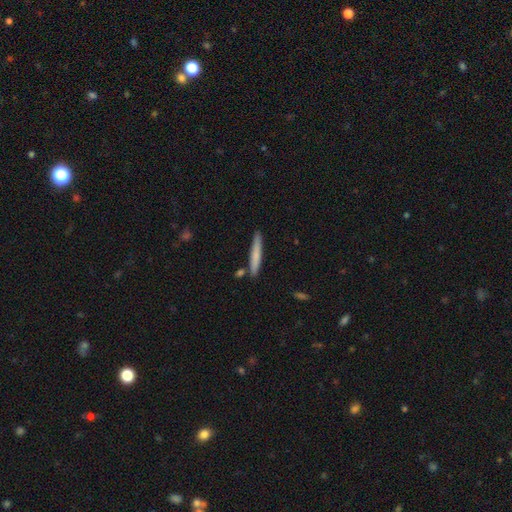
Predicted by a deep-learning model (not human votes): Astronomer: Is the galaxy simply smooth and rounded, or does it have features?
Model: smooth — 69%.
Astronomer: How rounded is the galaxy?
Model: cigar-shaped — 95%.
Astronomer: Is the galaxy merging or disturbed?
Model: none — 85%.